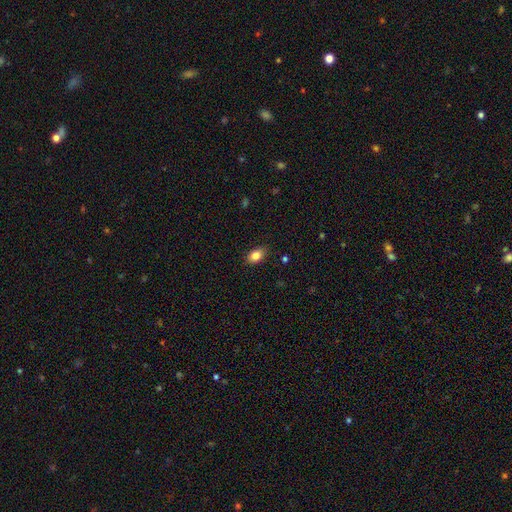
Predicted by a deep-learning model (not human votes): Smooth or featured? Predicted: smooth (p=0.83). How rounded? Predicted: in between (p=0.84). Merging? Predicted: none (p=0.85).